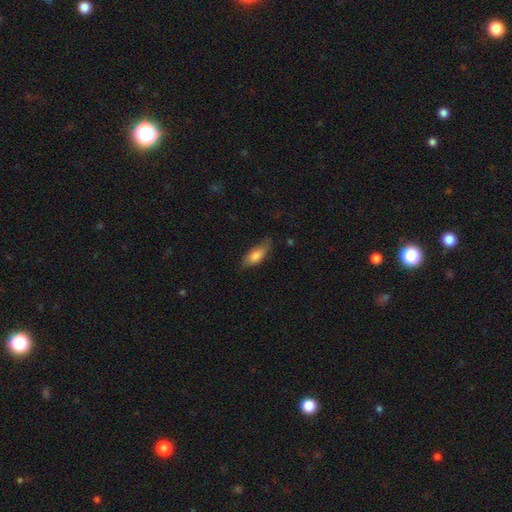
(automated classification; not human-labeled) Smooth or featured? Predicted: smooth (p=0.78). How rounded? Predicted: in between (p=0.73). Merging? Predicted: none (p=0.69).